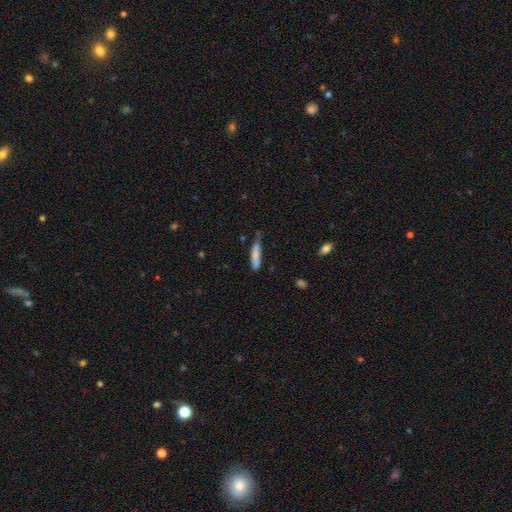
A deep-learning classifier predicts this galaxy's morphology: This appears to be a smooth galaxy with no disk features (75%) that is cigar-shaped (81%). Merging: none (43%).